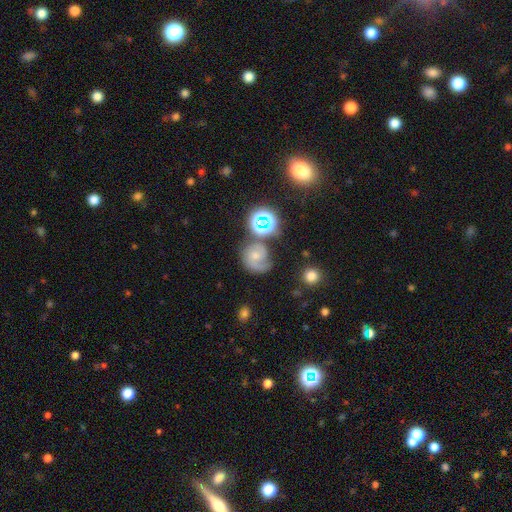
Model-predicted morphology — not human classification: Smooth or featured?
  - featured or disk: 61% *
  - smooth: 24%
  - star or artifact: 15%
Edge-on disk?
  - no: 98% *
  - yes: 2%
Bar?
  - no: 65% *
  - weak: 29%
  - strong: 6%
Spiral arms?
  - yes: 91% *
  - no: 9%
Spiral winding?
  - medium: 43% *
  - tight: 40%
  - loose: 18%
Spiral arm count?
  - 1: 47% *
  - 2: 38%
  - can't tell: 10%
  - 3: 3%
  - 4: 1%
  - more than 4: 1%
Bulge size?
  - moderate: 44% *
  - small: 39%
  - none: 9%
  - large: 6%
  - dominant: 2%
Merging?
  - none: 48% *
  - minor disturbance: 22%
  - major disturbance: 19%
  - merger: 11%